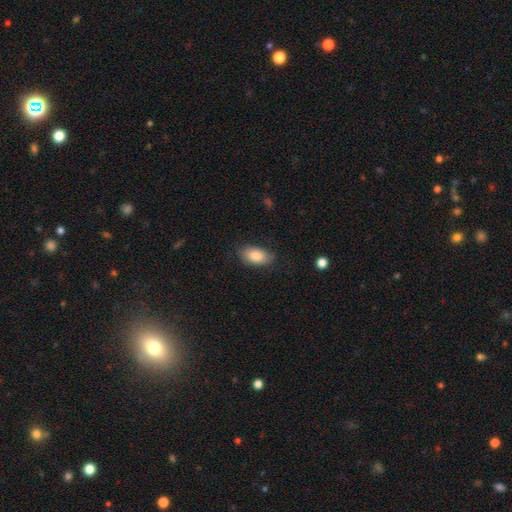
Smooth or featured?
  - smooth: 89% *
  - featured or disk: 8%
  - star or artifact: 3%
How rounded?
  - in between: 100% *
  - round: 0%
  - cigar-shaped: 0%
Merging?
  - none: 86% *
  - minor disturbance: 11%
  - merger: 3%
  - major disturbance: 0%